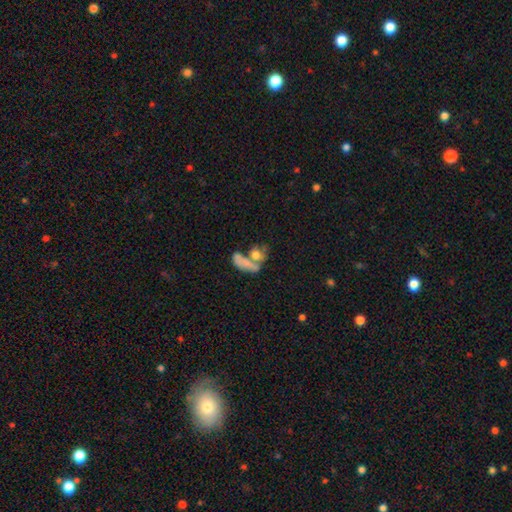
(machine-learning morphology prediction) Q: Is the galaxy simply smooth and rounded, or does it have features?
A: smooth — 66%.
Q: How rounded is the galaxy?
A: in between — 60%.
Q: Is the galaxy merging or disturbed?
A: merger — 54%.